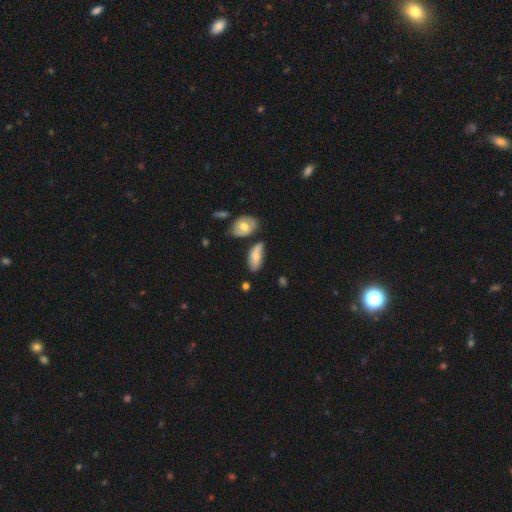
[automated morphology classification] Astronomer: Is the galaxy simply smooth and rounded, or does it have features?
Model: smooth — 68%.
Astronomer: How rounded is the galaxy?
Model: in between — 86%.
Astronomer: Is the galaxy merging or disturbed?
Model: none — 55%.